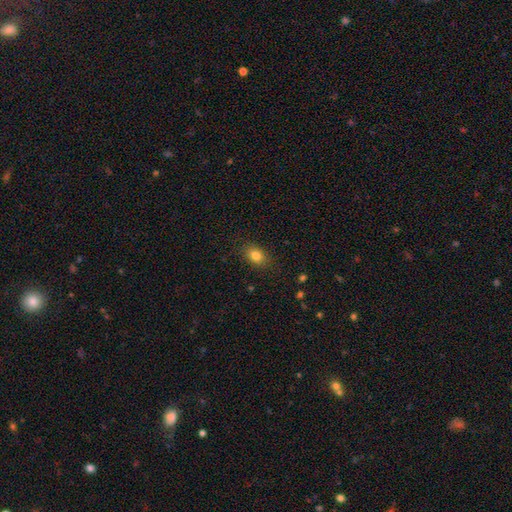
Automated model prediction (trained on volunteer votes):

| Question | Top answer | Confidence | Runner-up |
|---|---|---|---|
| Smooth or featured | smooth | 82% | star or artifact (10%) |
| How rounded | in between | 72% | round (26%) |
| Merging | none | 85% | minor disturbance (11%) |